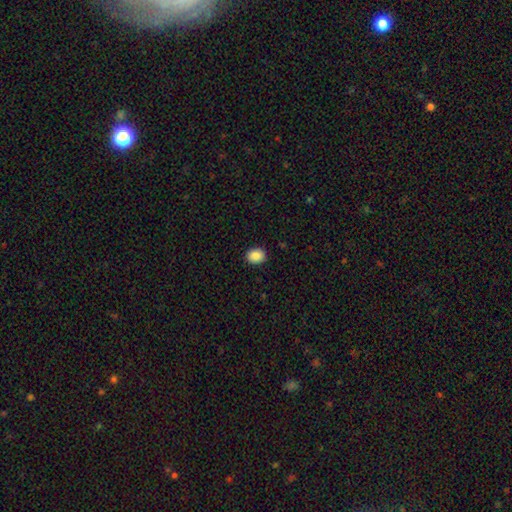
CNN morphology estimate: The model was most divided on "how rounded": in between: 51%, round: 48%, cigar-shaped: 1%. More confident: merging — none (90%); smooth or featured — smooth (88%).